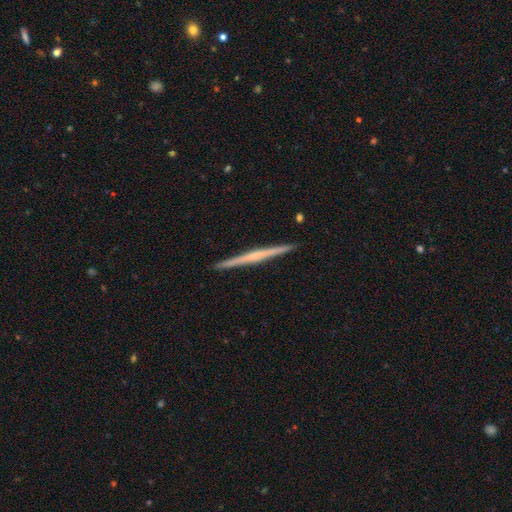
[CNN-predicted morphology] Smooth or featured? Predicted: featured or disk (p=0.70). Edge-on disk? Predicted: yes (p=0.99). Edge-on bulge? Predicted: none (p=0.53). Merging? Predicted: none (p=0.93).